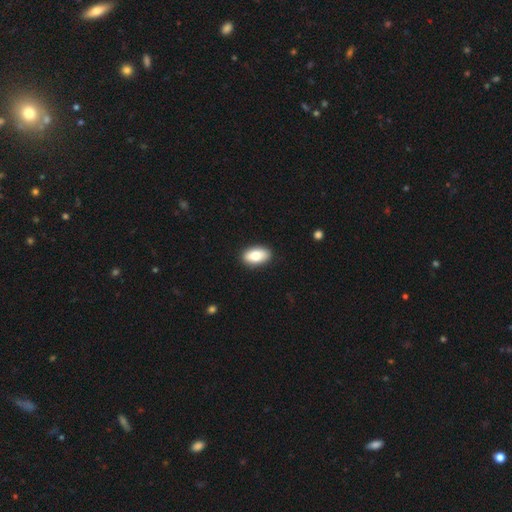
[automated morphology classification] The model was most divided on "smooth or featured": smooth: 83%, featured or disk: 10%, star or artifact: 7%. More confident: how rounded — in between (93%); merging — none (89%).